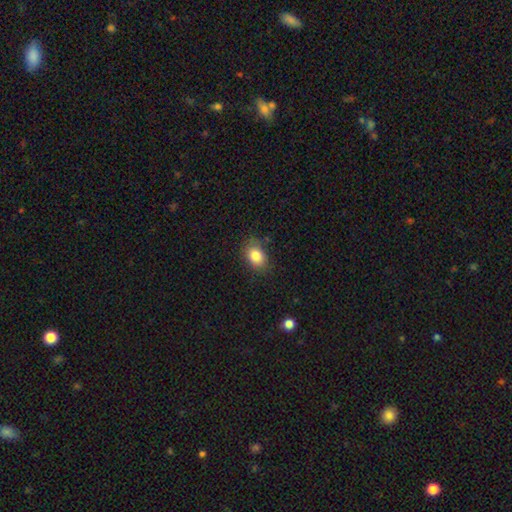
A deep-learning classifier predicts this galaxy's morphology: A smooth galaxy with no disk features (85%) that is in between round and cigar-shaped (74%).

Vote fractions:
- Smooth or featured? smooth: 85% / star or artifact: 9% / featured or disk: 7%
- How rounded? in between: 74% / round: 25% / cigar-shaped: 1%
- Merging? none: 78% / minor disturbance: 16% / major disturbance: 4% / merger: 2%